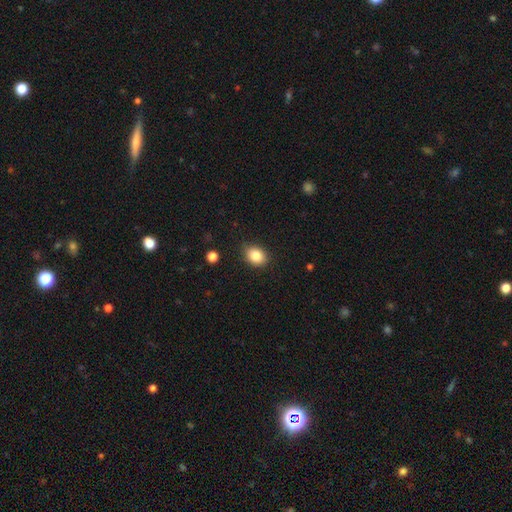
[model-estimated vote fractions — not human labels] smooth_or_featured: smooth (p=0.85) [alt: star or artifact p=0.09]
how_rounded: in between (p=0.57) [alt: round p=0.42]
merging: none (p=0.83) [alt: minor disturbance p=0.13]